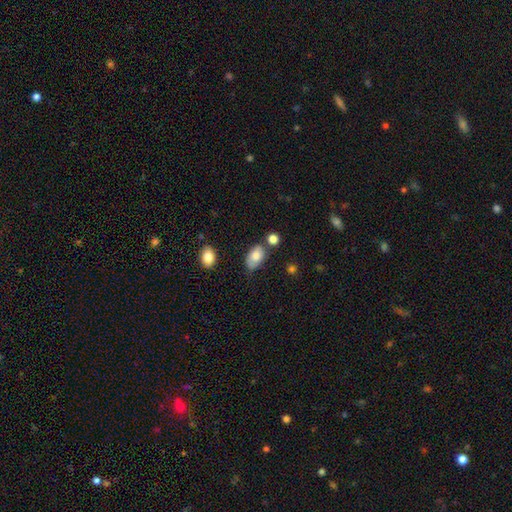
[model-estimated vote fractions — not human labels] The model was most divided on "merging": none: 53%, minor disturbance: 29%, merger: 10%, major disturbance: 8%. More confident: how rounded — in between (90%); smooth or featured — smooth (75%).